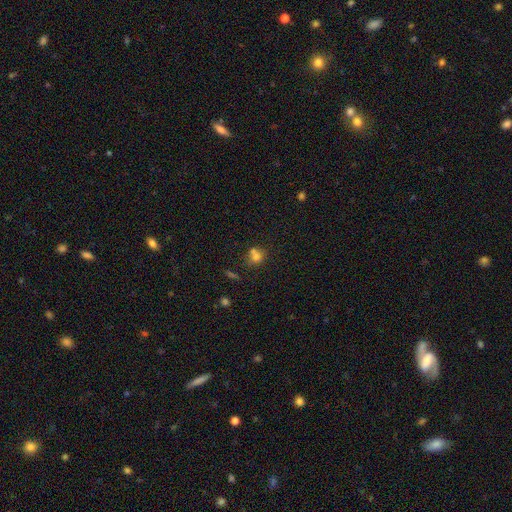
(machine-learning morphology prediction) This appears to be a smooth galaxy with no disk features (71%) that is round (74%). Merging: none (43%).